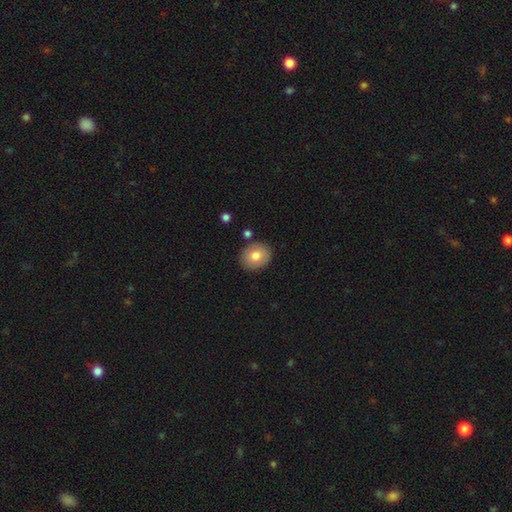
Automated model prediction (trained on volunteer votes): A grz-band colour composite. It shows a smooth galaxy with no disk features (80%) that is round (60%). Merging: none (86%).